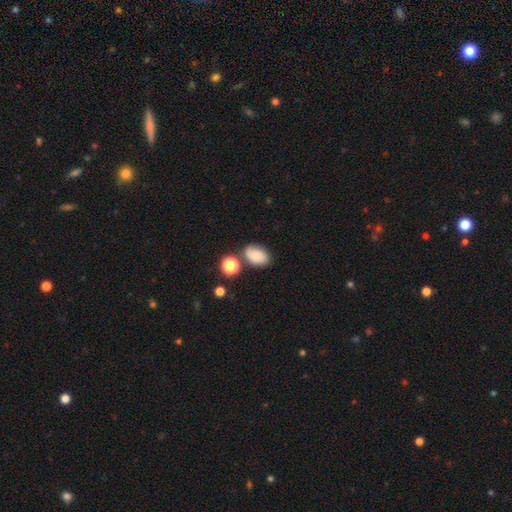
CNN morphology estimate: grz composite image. It shows a smooth galaxy with no disk features (71%) that is in between round and cigar-shaped (84%). Merging: none (65%).